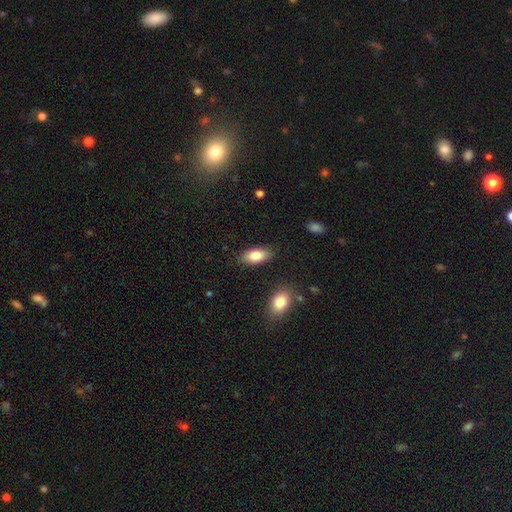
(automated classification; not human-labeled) Morphology: type=smooth (83%); roundness=in between (89%); merging=none (86%).